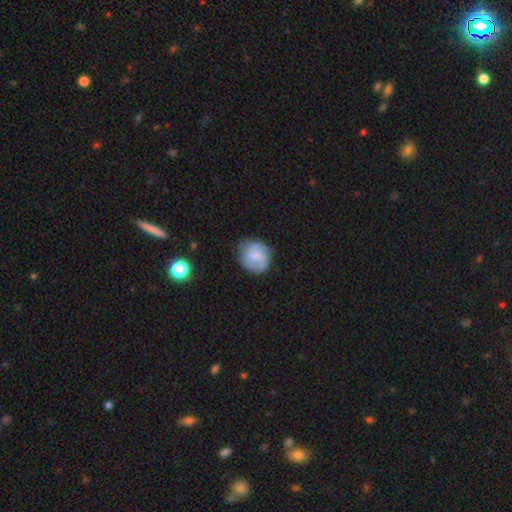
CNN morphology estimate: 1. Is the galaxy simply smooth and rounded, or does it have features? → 57% smooth, 35% featured or disk, 8% star or artifact.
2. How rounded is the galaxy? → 75% round, 24% in between, 1% cigar-shaped.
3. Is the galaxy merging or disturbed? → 65% none, 24% minor disturbance, 10% major disturbance, 2% merger.